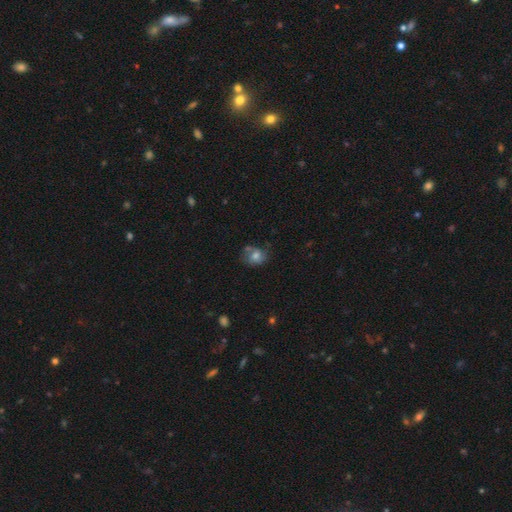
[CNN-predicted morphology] Smooth or featured: smooth — 62% (featured or disk — 27%)
How rounded: round — 56% (in between — 43%)
Merging: none — 52% (minor disturbance — 26%)